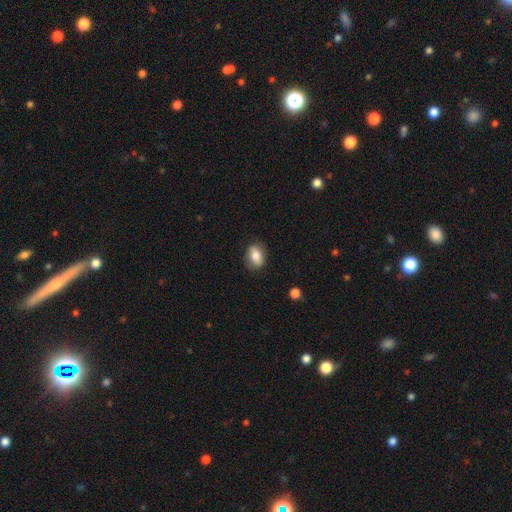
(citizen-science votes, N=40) Morphology: type=smooth (62%); roundness=in between (72%); merging=none (78%).